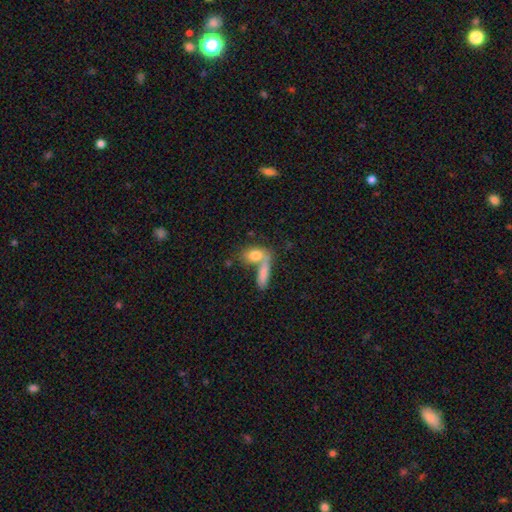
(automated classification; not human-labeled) smooth-or-featured: smooth: 77% | featured or disk: 15% | star or artifact: 8%
  how-rounded: in between: 74% | cigar-shaped: 15% | round: 11%
  merging: merger: 51% | none: 34% | minor disturbance: 9% | major disturbance: 6%